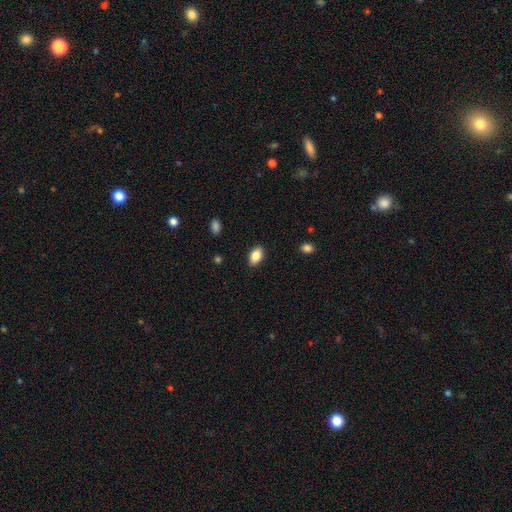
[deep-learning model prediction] smooth-or-featured: smooth: 84% | featured or disk: 8% | star or artifact: 8%
  how-rounded: in between: 91% | round: 7% | cigar-shaped: 2%
  merging: none: 88% | minor disturbance: 9% | major disturbance: 2% | merger: 1%